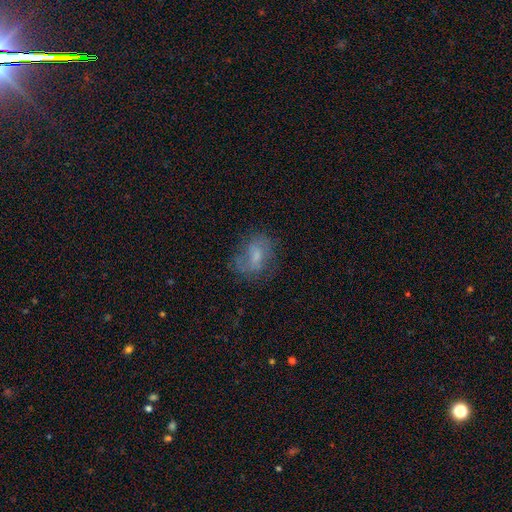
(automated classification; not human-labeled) Morphology: type=featured or disk (46%); merging=none (59%).